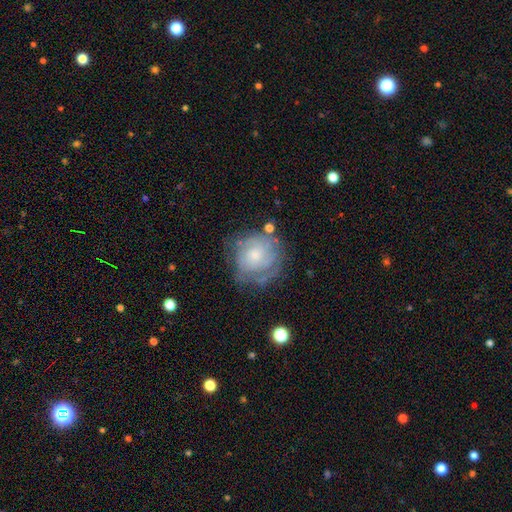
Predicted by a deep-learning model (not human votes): Smooth or featured: featured or disk — 62% (smooth — 30%)
Edge-on disk: no — 97% (yes — 3%)
Bar: no — 79% (weak — 18%)
Spiral arms: yes — 75% (no — 25%)
Bulge size: small — 52% (moderate — 37%)
Merging: none — 59% (minor disturbance — 24%)